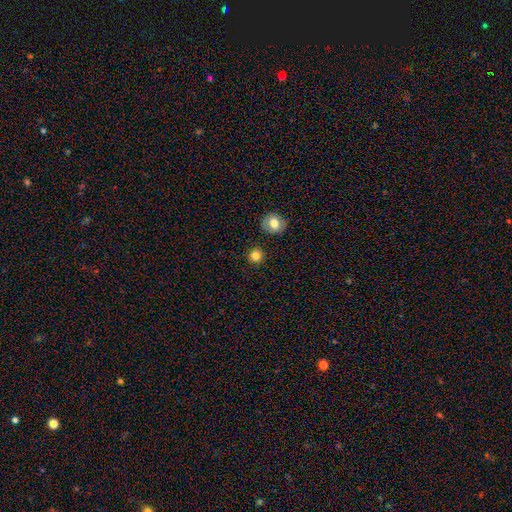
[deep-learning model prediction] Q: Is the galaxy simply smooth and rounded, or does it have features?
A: smooth — 82%.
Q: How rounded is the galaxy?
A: round — 92%.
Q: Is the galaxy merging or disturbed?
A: none — 88%.